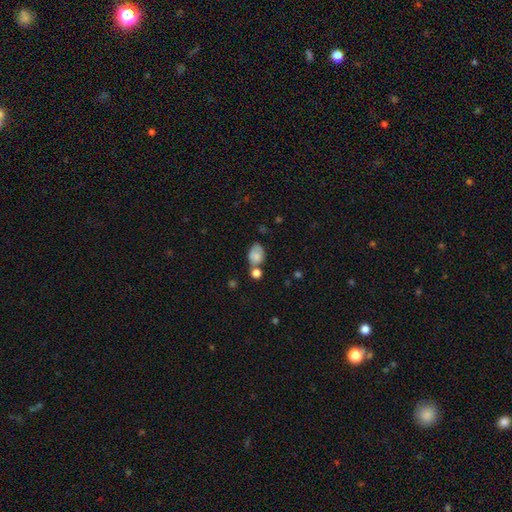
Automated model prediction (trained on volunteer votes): smooth 77%, featured or disk 13%, star or artifact 10%. Down the decision tree: how rounded — in between (78%); merging — none (44%).